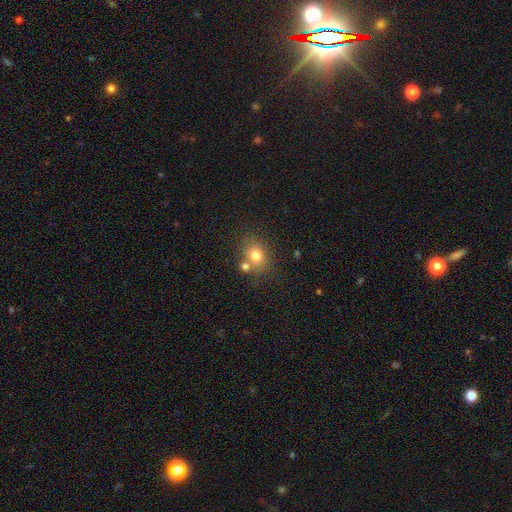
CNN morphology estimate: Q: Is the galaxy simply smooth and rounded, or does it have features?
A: smooth — 76%.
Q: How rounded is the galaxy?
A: round — 50%.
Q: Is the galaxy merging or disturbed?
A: none — 62%.